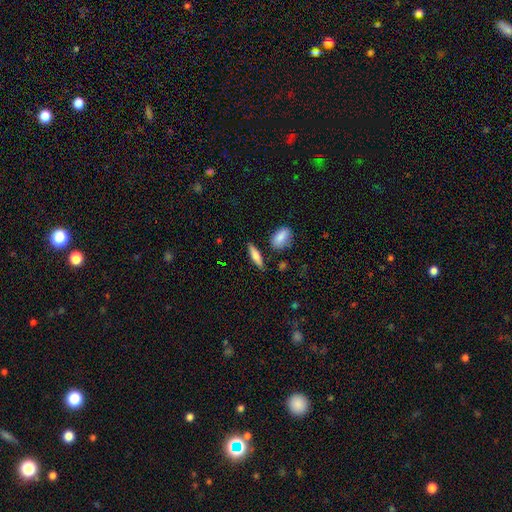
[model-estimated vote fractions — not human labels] smooth 69%, featured or disk 25%, star or artifact 7%. Down the decision tree: how rounded — cigar-shaped (64%); merging — none (81%).